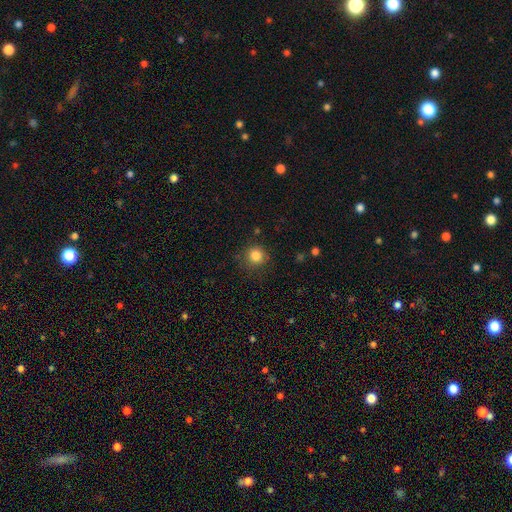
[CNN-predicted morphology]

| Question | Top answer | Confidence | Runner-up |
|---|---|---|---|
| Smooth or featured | smooth | 84% | star or artifact (11%) |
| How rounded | round | 93% | in between (6%) |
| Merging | none | 84% | minor disturbance (11%) |